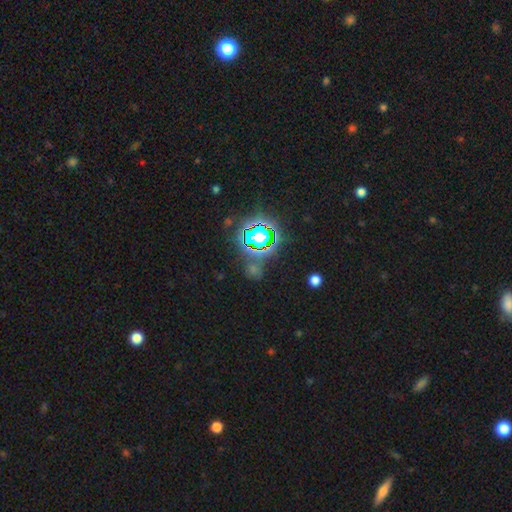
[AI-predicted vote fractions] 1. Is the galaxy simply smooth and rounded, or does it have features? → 82% star or artifact, 11% smooth, 7% featured or disk.